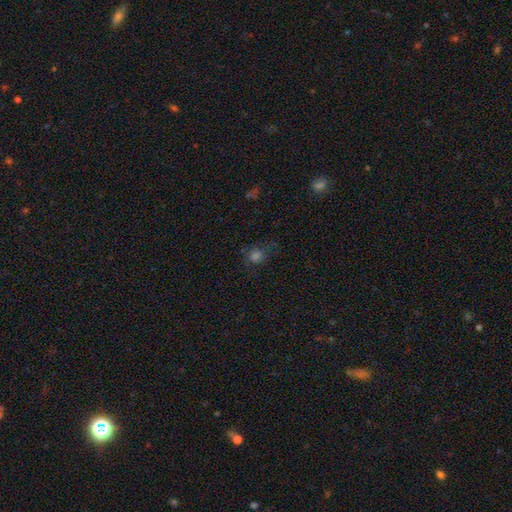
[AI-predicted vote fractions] smooth_or_featured: smooth (p=0.58) [alt: star or artifact p=0.31]
how_rounded: round (p=0.79) [alt: in between p=0.20]
merging: none (p=0.64) [alt: minor disturbance p=0.20]